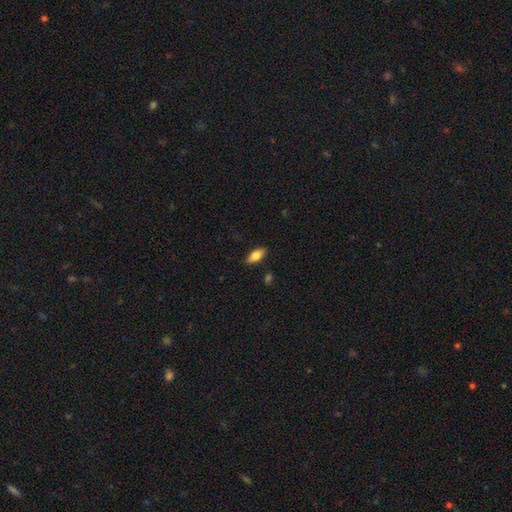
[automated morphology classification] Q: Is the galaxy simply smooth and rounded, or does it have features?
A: smooth — 74%.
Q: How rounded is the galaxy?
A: in between — 83%.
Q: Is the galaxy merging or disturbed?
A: none — 86%.